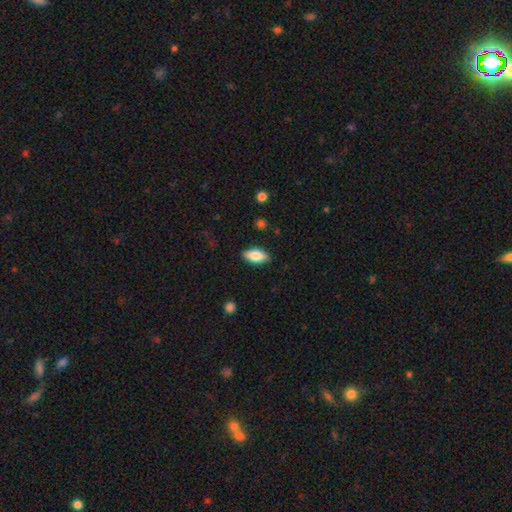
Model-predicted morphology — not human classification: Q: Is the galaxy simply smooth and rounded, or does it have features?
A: smooth — 76%.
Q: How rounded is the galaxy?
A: in between — 86%.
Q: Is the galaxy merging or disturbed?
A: none — 87%.